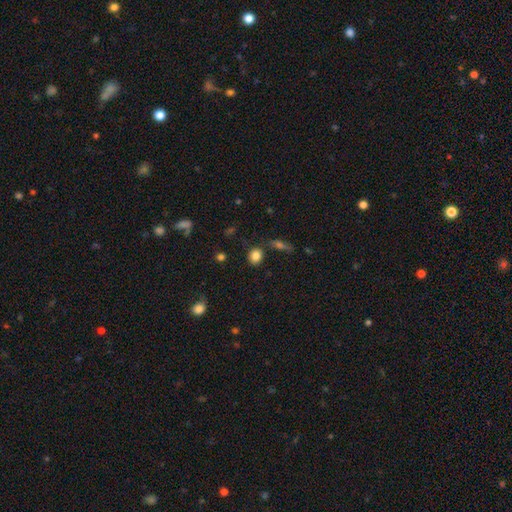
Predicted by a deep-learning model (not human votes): Overall: smooth (83%). How rounded: round (65%; in between 33%). Merging: none (78%).